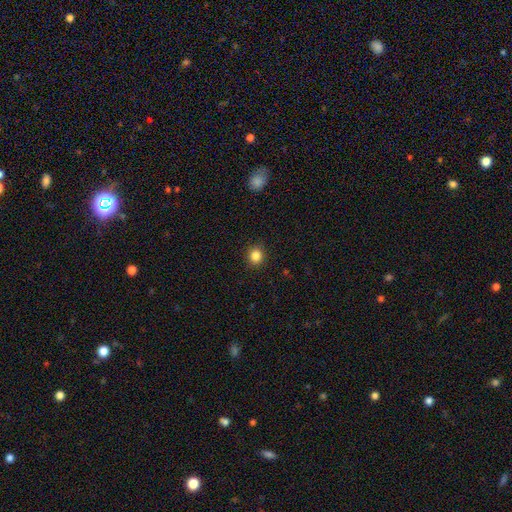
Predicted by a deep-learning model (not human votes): smooth_or_featured: smooth (p=0.85) [alt: star or artifact p=0.11]
how_rounded: round (p=0.85) [alt: in between p=0.14]
merging: none (p=0.91) [alt: minor disturbance p=0.06]